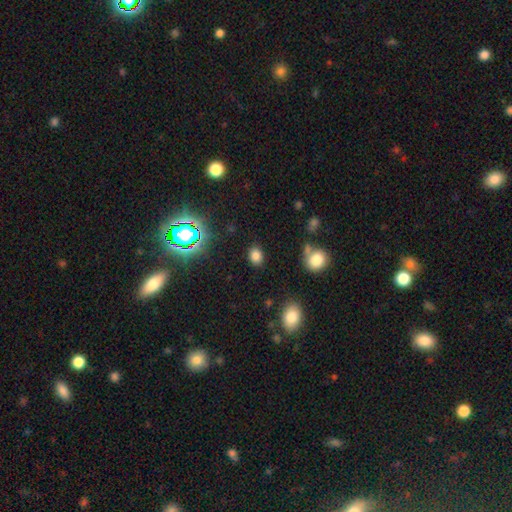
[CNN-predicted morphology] Overall: smooth (77%). How rounded: in between (60%; round 38%). Merging: none (85%).